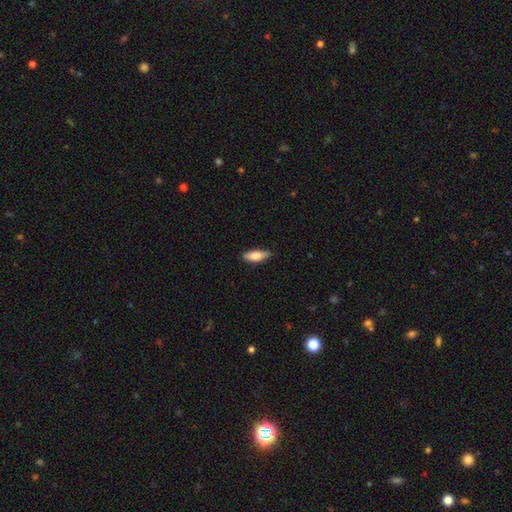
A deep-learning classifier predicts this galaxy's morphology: Smooth or featured: smooth — 74% (featured or disk — 20%)
How rounded: in between — 63% (cigar-shaped — 34%)
Merging: none — 81% (minor disturbance — 15%)